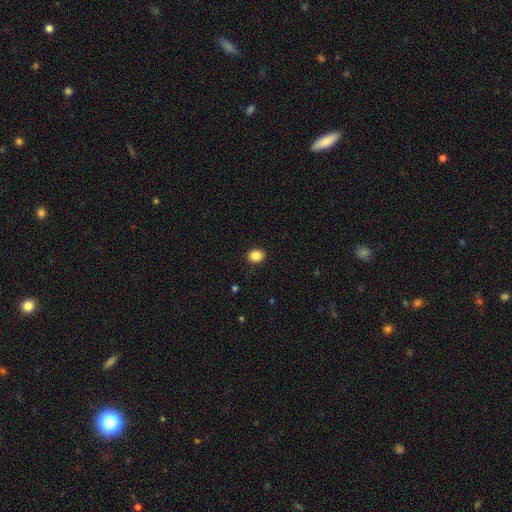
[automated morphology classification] Q: Smooth or featured?
A: smooth (86%); runner-up: star or artifact (9%)
Q: How rounded?
A: round (57%); runner-up: in between (43%)
Q: Merging?
A: none (89%); runner-up: minor disturbance (7%)